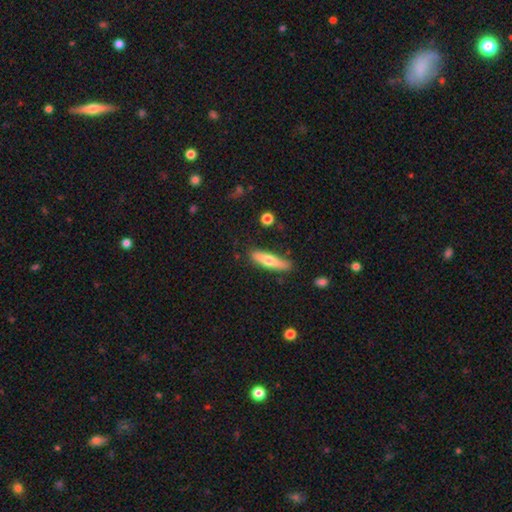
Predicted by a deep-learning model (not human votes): This appears to be a smooth galaxy with no disk features (47%). Merging: none (79%).